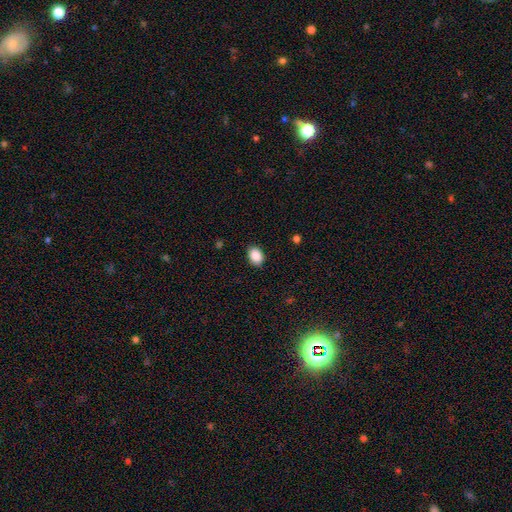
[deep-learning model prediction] Smooth or featured? Predicted: smooth (p=0.89). How rounded? Predicted: in between (p=0.78). Merging? Predicted: none (p=0.87).